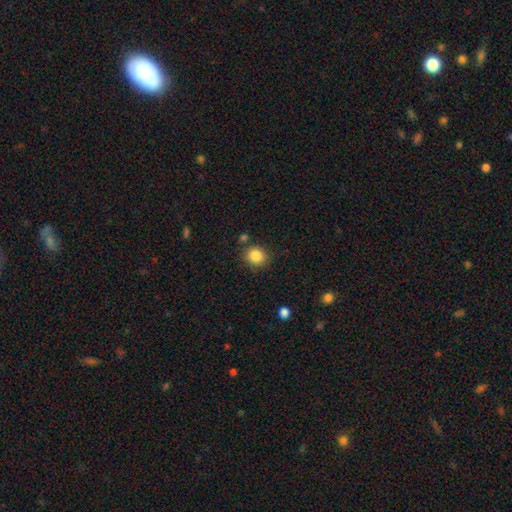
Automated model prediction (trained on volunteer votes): This appears to be a smooth galaxy with no disk features (86%) that is round (80%). Merging: none (81%).